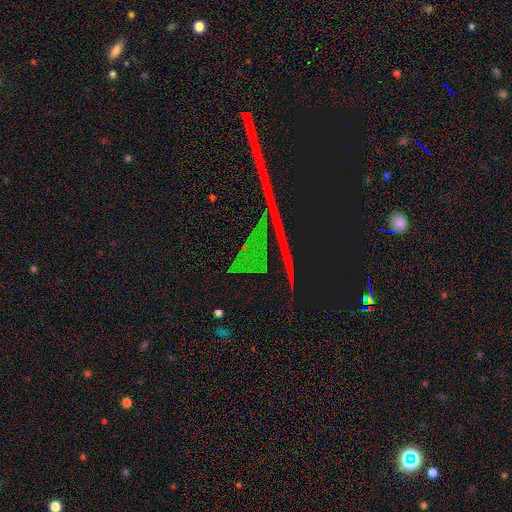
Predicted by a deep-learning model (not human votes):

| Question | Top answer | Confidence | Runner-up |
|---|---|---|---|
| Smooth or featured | star or artifact | 85% | featured or disk (8%) |